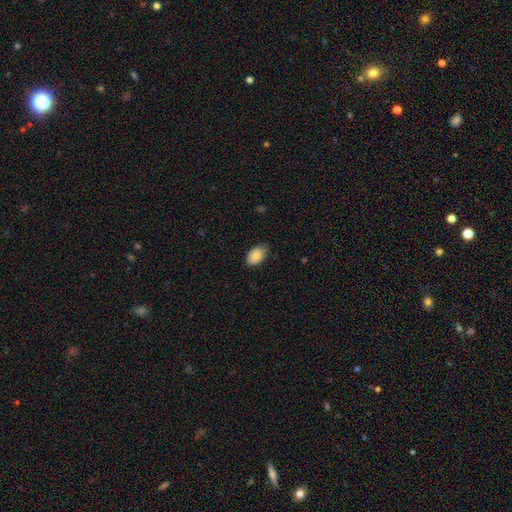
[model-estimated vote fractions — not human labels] Smooth or featured? smooth (85%)
How rounded? in between (91%)
Merging? none (76%)